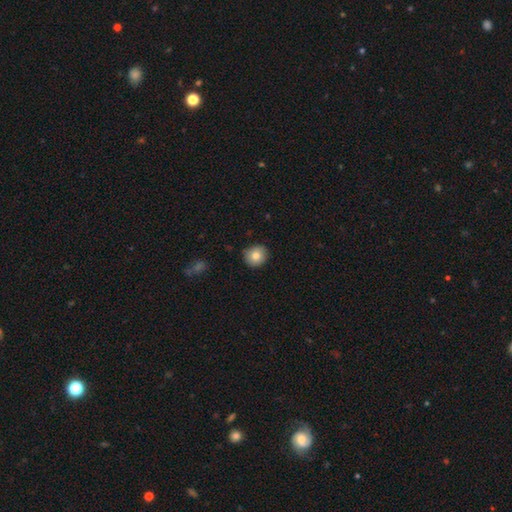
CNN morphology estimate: Smooth or featured?
  - smooth: 83% *
  - star or artifact: 9%
  - featured or disk: 8%
How rounded?
  - round: 89% *
  - in between: 10%
  - cigar-shaped: 1%
Merging?
  - none: 86% *
  - minor disturbance: 10%
  - major disturbance: 2%
  - merger: 1%